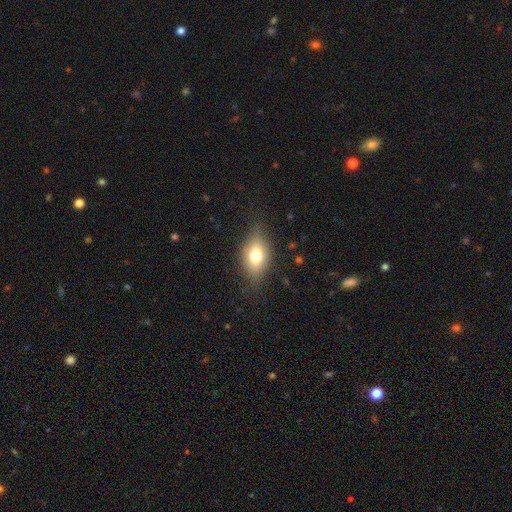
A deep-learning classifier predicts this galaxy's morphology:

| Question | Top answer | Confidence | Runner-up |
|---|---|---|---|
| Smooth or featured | smooth | 69% | featured or disk (22%) |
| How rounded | in between | 80% | round (15%) |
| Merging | none | 73% | minor disturbance (20%) |